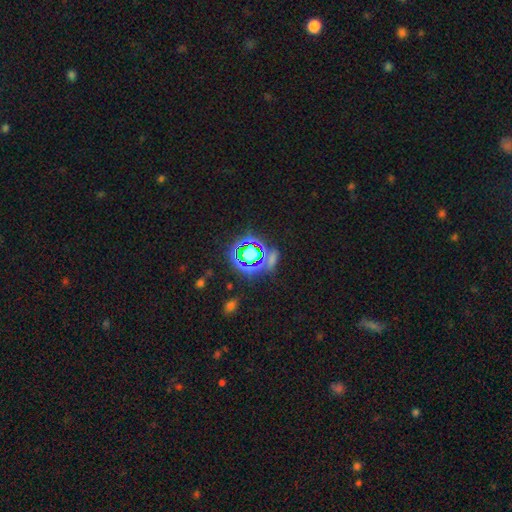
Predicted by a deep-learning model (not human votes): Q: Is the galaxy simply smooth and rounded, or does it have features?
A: star or artifact — 78%.